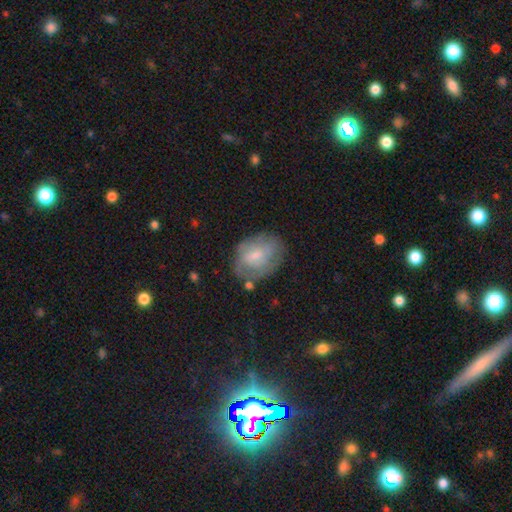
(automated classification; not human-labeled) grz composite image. It shows a smooth galaxy with no disk features (52%) that is in between round and cigar-shaped (68%). Merging: none (58%).